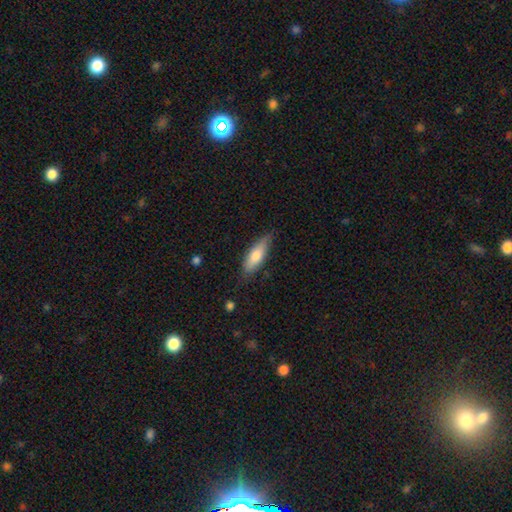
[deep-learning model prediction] The model was most divided on "how rounded": in between: 55%, cigar-shaped: 43%, round: 2%. More confident: merging — none (73%); smooth or featured — smooth (73%).